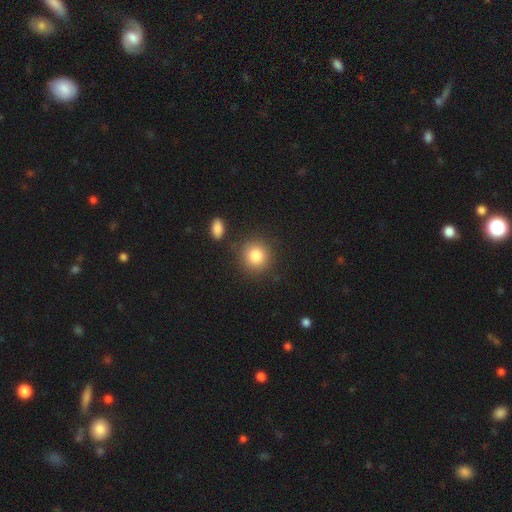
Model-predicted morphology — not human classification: This is clearly a smooth galaxy (84%). How rounded: clearly round (90%). Merging: clearly none (84%).